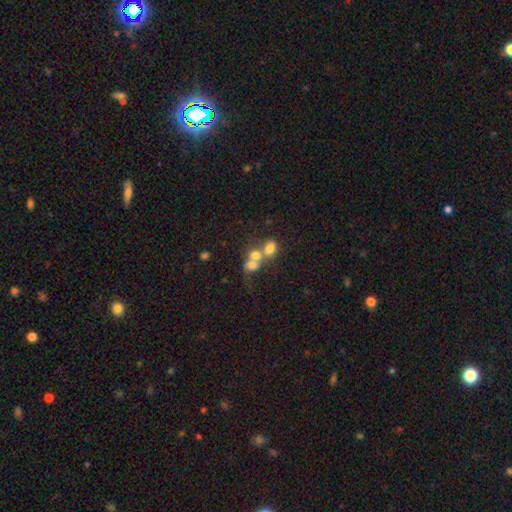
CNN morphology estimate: Overall: smooth (68%). How rounded: round (50%; in between 49%). Merging: merger (68%).